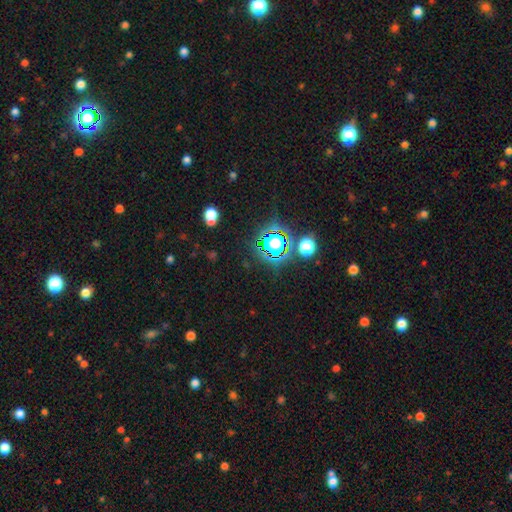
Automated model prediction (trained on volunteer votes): Smooth or featured?
  - star or artifact: 81% *
  - smooth: 12%
  - featured or disk: 7%